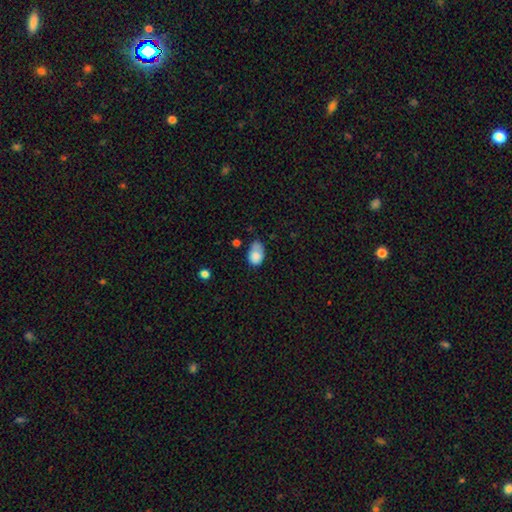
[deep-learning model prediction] smooth_or_featured: smooth (p=0.81) [alt: featured or disk p=0.10]
how_rounded: in between (p=0.86) [alt: round p=0.12]
merging: none (p=0.41) [alt: minor disturbance p=0.40]